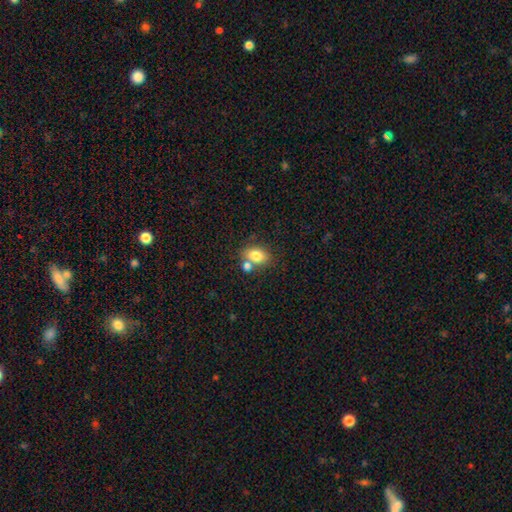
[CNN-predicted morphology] smooth 80%, featured or disk 10%, star or artifact 10%. Down the decision tree: how rounded — in between (68%); merging — none (59%).